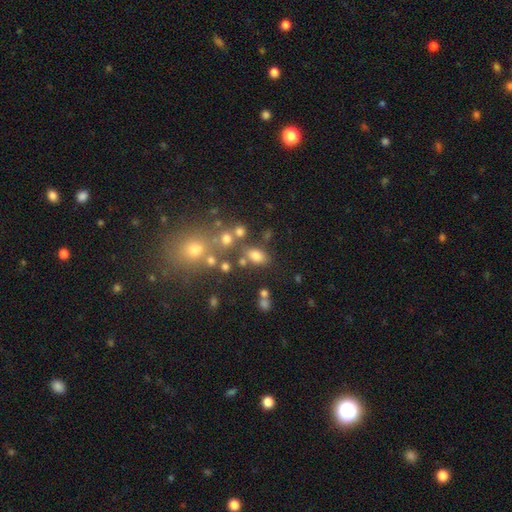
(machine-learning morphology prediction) This is likely a smooth galaxy (74%). How rounded: clearly in between (81%). Merging: likely none (66%).